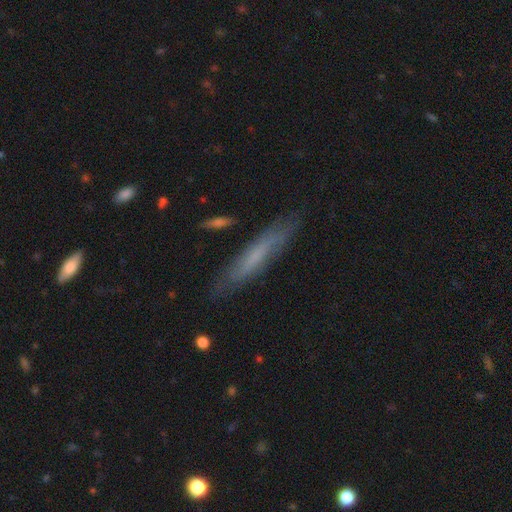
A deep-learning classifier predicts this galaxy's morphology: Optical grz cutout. It shows a smooth galaxy with no disk features (51%) that is cigar-shaped (87%). Merging: none (80%).